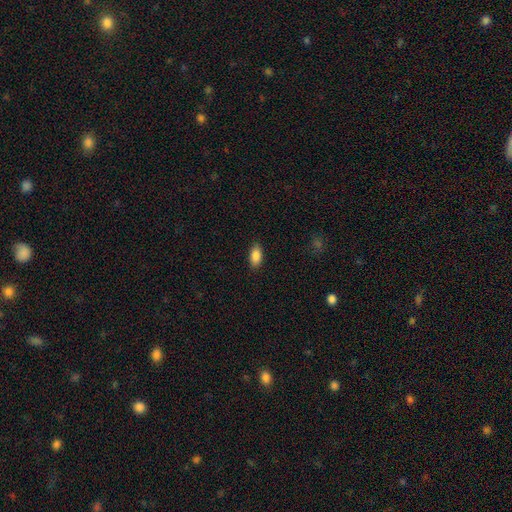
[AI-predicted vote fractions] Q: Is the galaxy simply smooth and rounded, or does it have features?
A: smooth — 88%.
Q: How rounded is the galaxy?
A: in between — 91%.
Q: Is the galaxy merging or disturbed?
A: none — 88%.